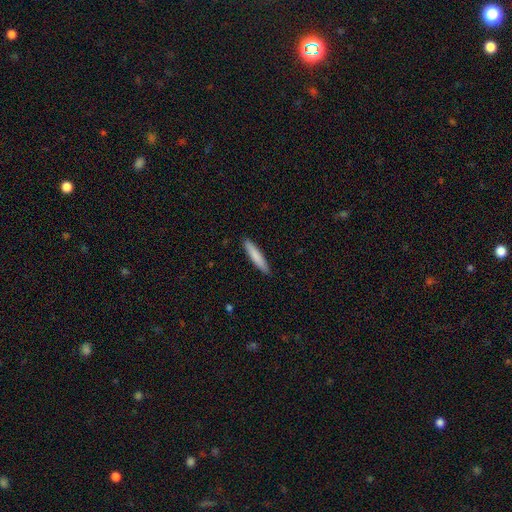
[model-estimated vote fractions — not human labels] This is clearly a smooth galaxy (82%). How rounded: clearly cigar-shaped (90%). Merging: clearly none (91%).